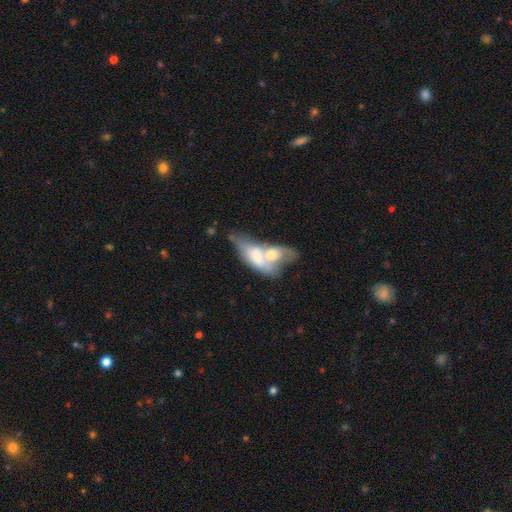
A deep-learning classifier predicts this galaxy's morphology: smooth-or-featured: smooth: 52% | featured or disk: 42% | star or artifact: 6%
  how-rounded: in between: 77% | cigar-shaped: 17% | round: 5%
  merging: merger: 73% | none: 11% | major disturbance: 9% | minor disturbance: 7%